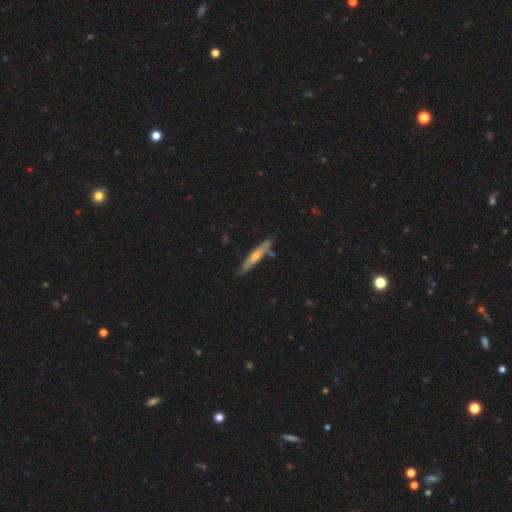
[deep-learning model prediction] smooth_or_featured: featured or disk (p=0.53) [alt: smooth p=0.40]
disk_edge_on: yes (p=0.86) [alt: no p=0.14]
merging: none (p=0.77) [alt: minor disturbance p=0.16]